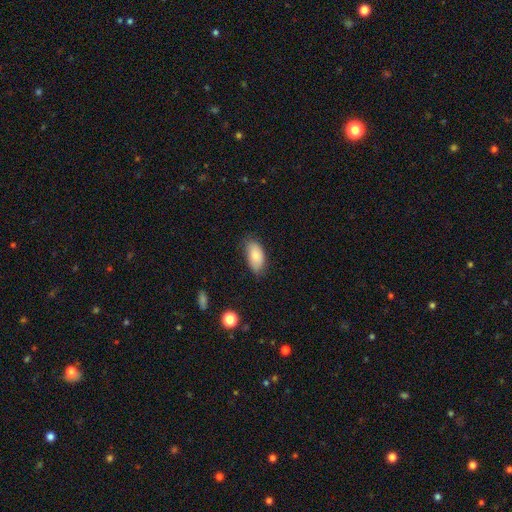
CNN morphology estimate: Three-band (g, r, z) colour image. It shows a smooth galaxy with no disk features (83%) that is in between round and cigar-shaped (94%). Merging: none (71%).